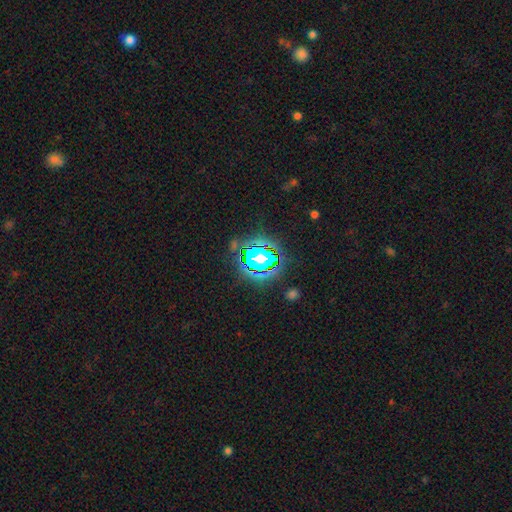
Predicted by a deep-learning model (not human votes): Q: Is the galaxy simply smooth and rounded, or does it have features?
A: star or artifact — 66%.